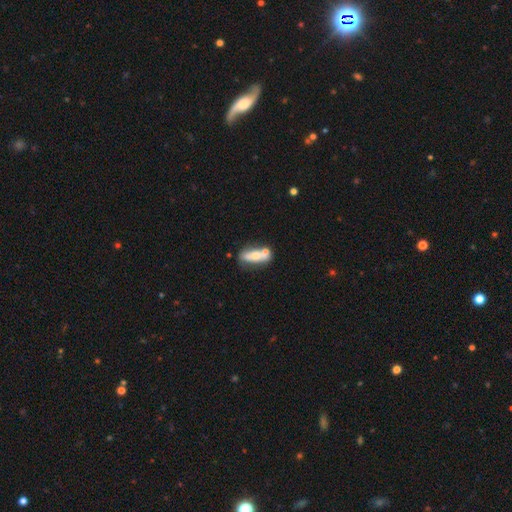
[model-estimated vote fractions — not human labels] Q: Smooth or featured?
A: smooth (53%); runner-up: featured or disk (40%)
Q: How rounded?
A: in between (62%); runner-up: cigar-shaped (34%)
Q: Merging?
A: none (45%); runner-up: merger (33%)